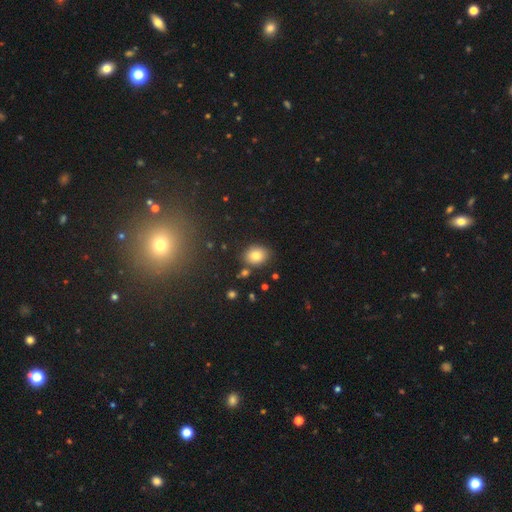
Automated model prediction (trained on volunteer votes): smooth_or_featured: smooth (p=0.79) [alt: star or artifact p=0.11]
how_rounded: round (p=0.54) [alt: in between p=0.45]
merging: none (p=0.81) [alt: minor disturbance p=0.11]